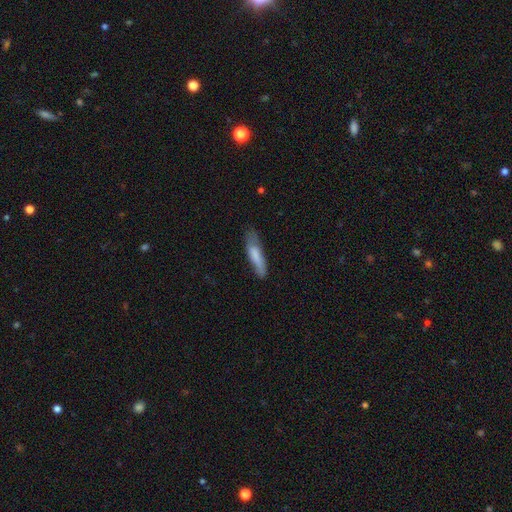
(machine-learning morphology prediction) Q: Smooth or featured?
A: smooth (74%); runner-up: featured or disk (20%)
Q: How rounded?
A: cigar-shaped (73%); runner-up: in between (25%)
Q: Merging?
A: none (55%); runner-up: minor disturbance (31%)